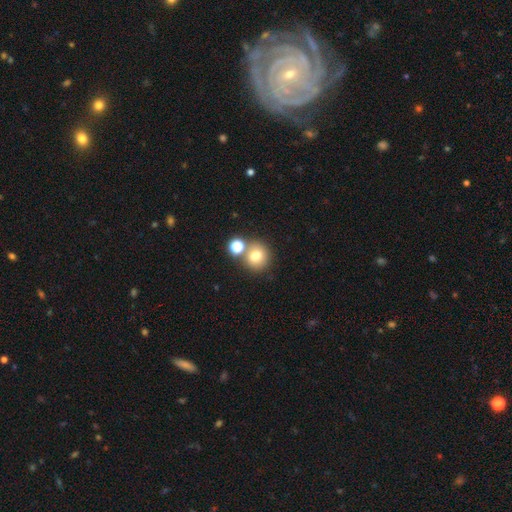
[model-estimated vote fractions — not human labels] A smooth galaxy with no disk features (75%) that is round (88%). Merging: none (65%).